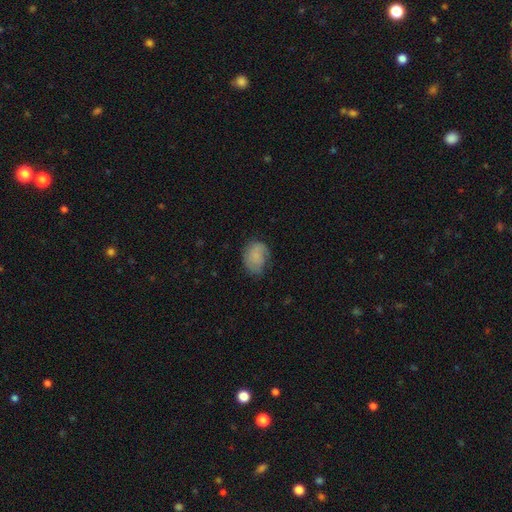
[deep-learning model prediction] Smooth or featured: smooth — 69% (featured or disk — 22%)
How rounded: in between — 66% (round — 33%)
Merging: none — 56% (minor disturbance — 30%)